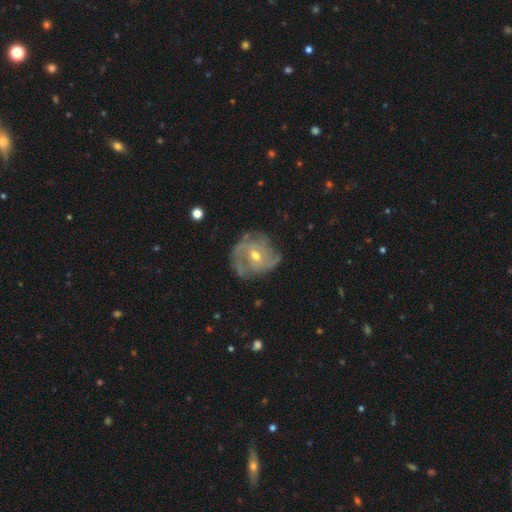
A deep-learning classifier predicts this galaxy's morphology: type=featured or disk (82%); edge-on=no (97%); bar=no (56%); spiral arms=yes (90%); winding=tight (49%); arm count=3 (29%); bulge=moderate (65%); merging=none (68%).